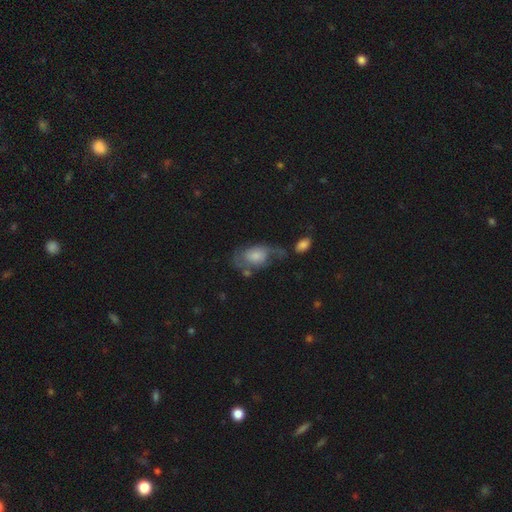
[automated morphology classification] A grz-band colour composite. It shows a featured or disk galaxy (48%). Merging: none (35%).